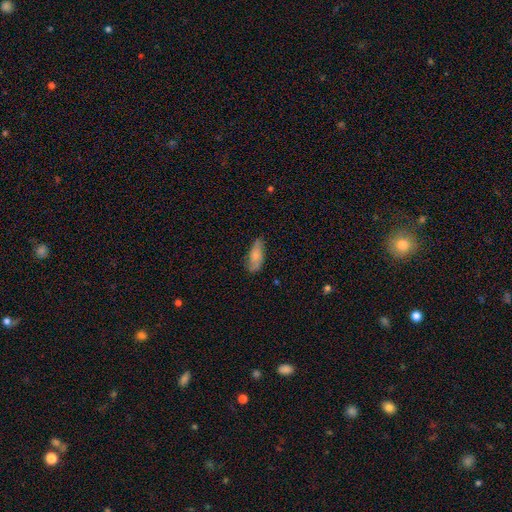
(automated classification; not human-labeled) Q: Smooth or featured?
A: smooth (66%); runner-up: featured or disk (28%)
Q: How rounded?
A: in between (77%); runner-up: cigar-shaped (20%)
Q: Merging?
A: none (70%); runner-up: minor disturbance (24%)